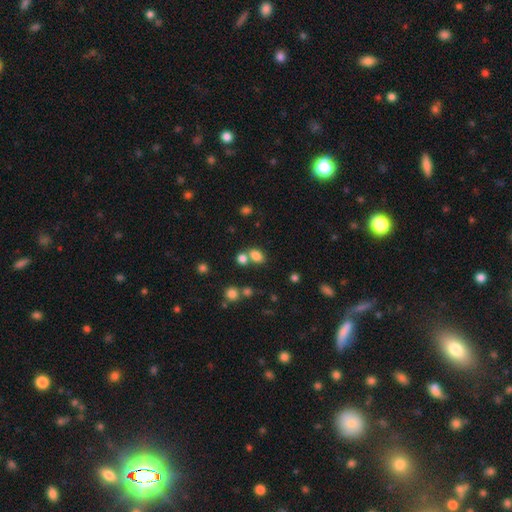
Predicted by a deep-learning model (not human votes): A smooth galaxy with no disk features (79%) that is in between round and cigar-shaped (77%). Merging: none (52%).